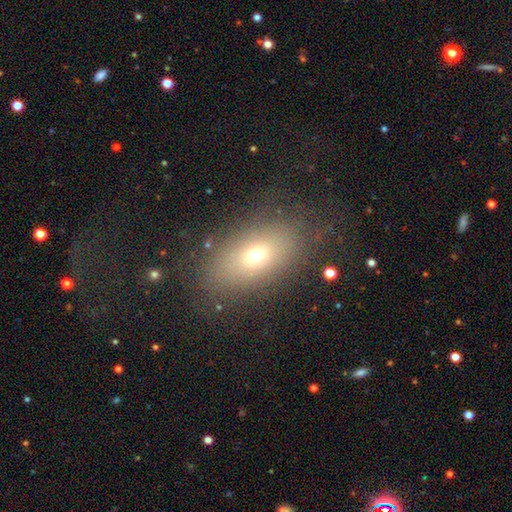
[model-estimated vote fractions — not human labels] Smooth or featured? smooth (64%)
How rounded? in between (82%)
Merging? none (76%)